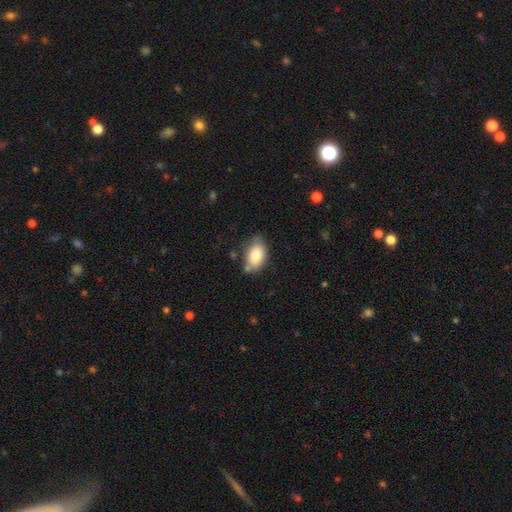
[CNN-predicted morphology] smooth-or-featured: smooth: 82% | featured or disk: 11% | star or artifact: 7%
  how-rounded: in between: 91% | round: 7% | cigar-shaped: 2%
  merging: none: 65% | minor disturbance: 25% | merger: 6% | major disturbance: 5%